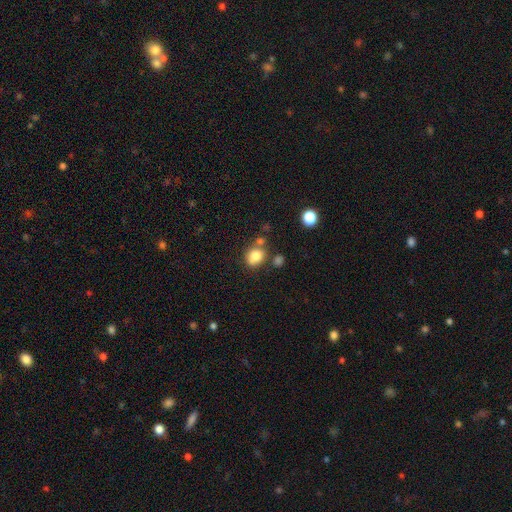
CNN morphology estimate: smooth_or_featured: smooth (p=0.79) [alt: star or artifact p=0.11]
how_rounded: round (p=0.59) [alt: in between p=0.40]
merging: none (p=0.58) [alt: merger p=0.19]